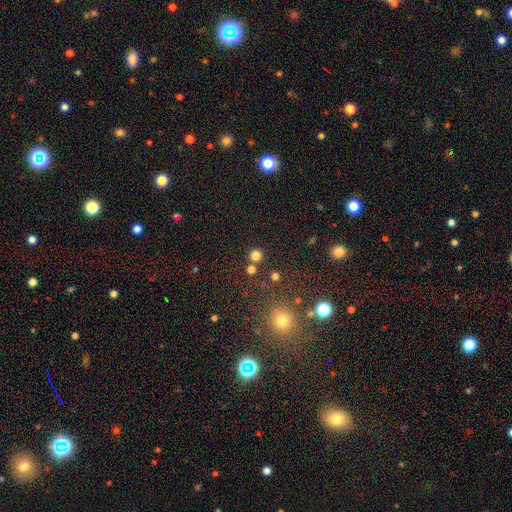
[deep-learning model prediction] Smooth or featured: smooth — 77% (star or artifact — 18%)
How rounded: round — 94% (in between — 5%)
Merging: none — 84% (merger — 7%)